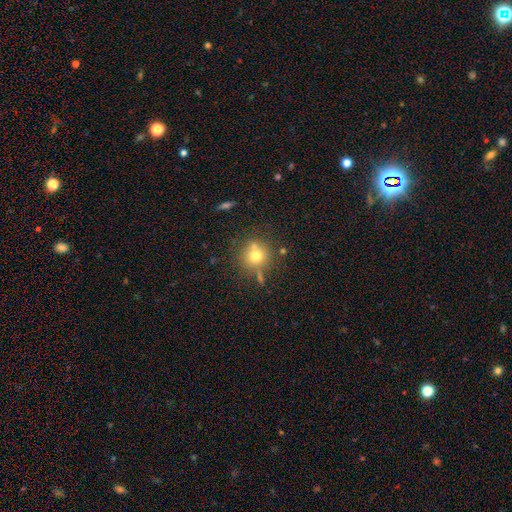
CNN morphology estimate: smooth 70%, featured or disk 15%, star or artifact 15%. Down the decision tree: how rounded — round (90%); merging — none (69%).